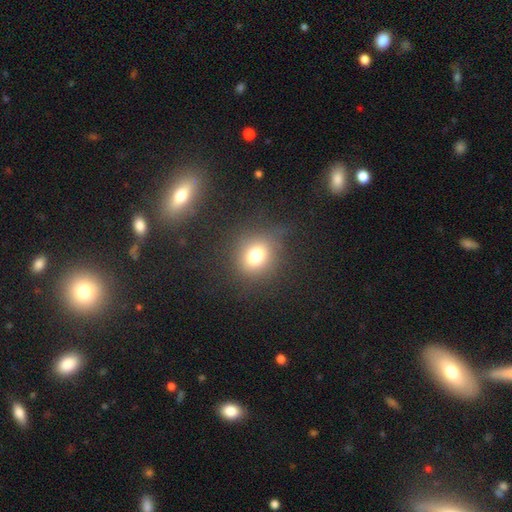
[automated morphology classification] Smooth or featured? Predicted: smooth (p=0.72). How rounded? Predicted: round (p=0.82). Merging? Predicted: none (p=0.79).